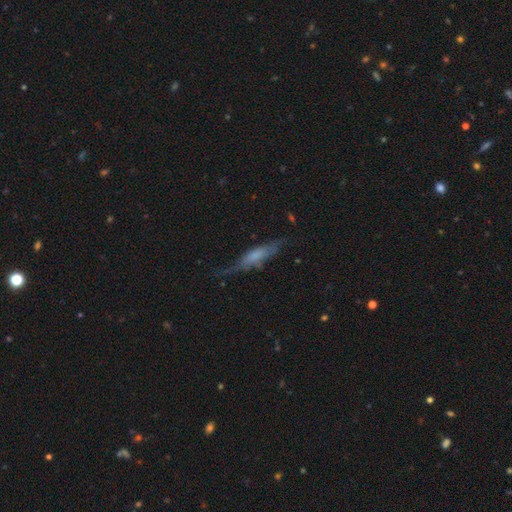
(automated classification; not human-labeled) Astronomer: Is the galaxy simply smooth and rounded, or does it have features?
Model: smooth — 46%, tied with featured or disk at 46%.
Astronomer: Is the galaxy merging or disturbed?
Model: none — 53% (runner-up: minor disturbance, 29%).